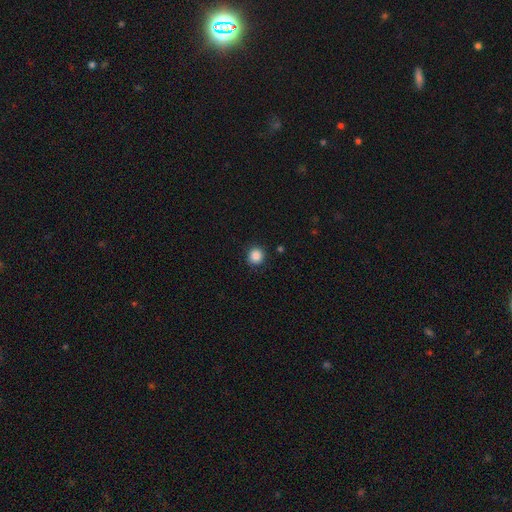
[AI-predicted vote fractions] Overall: smooth (87%). How rounded: round (90%). Merging: none (89%).